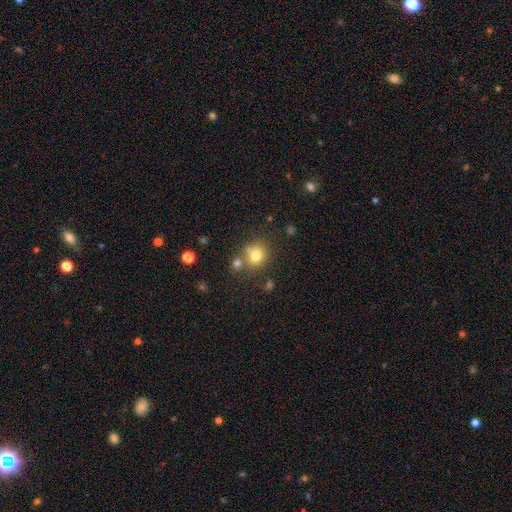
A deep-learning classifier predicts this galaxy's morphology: Overall: smooth (77%). How rounded: round (82%). Merging: none (63%).